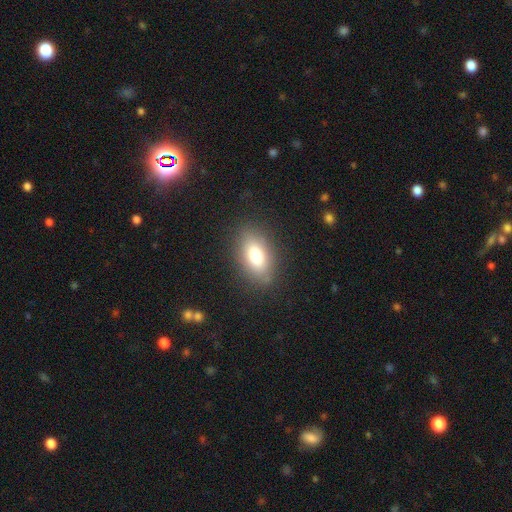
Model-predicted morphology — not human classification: smooth_or_featured: smooth (p=0.76) [alt: featured or disk p=0.14]
how_rounded: in between (p=0.87) [alt: round p=0.09]
merging: none (p=0.84) [alt: minor disturbance p=0.11]